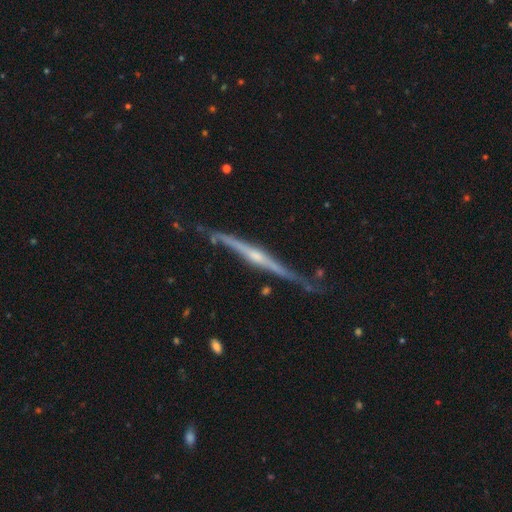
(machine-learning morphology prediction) The model was most divided on "merging": none: 70%, minor disturbance: 22%, major disturbance: 5%, merger: 3%. More confident: edge-on disk — yes (97%); smooth or featured — featured or disk (85%); edge-on bulge — rounded (75%).